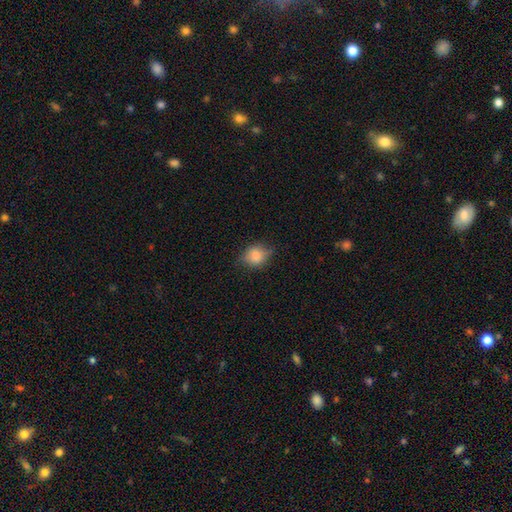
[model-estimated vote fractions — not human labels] A smooth galaxy with no disk features (80%) that is round (62%).

Vote fractions:
- Smooth or featured? smooth: 80% / featured or disk: 10% / star or artifact: 10%
- How rounded? round: 62% / in between: 36% / cigar-shaped: 2%
- Merging? none: 68% / minor disturbance: 25% / major disturbance: 6% / merger: 1%